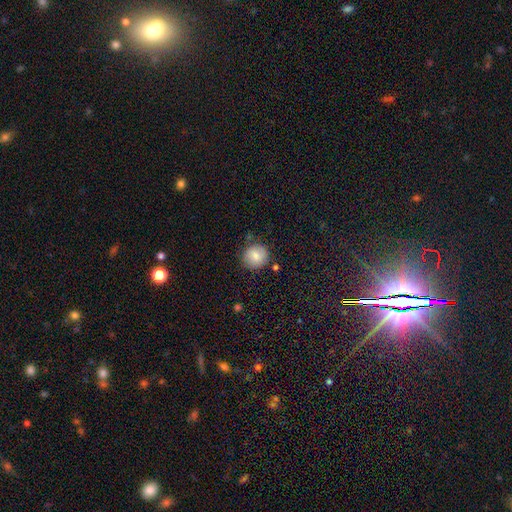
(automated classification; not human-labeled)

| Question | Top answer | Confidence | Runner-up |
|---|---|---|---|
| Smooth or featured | smooth | 81% | featured or disk (11%) |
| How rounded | round | 87% | in between (12%) |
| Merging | none | 80% | minor disturbance (14%) |